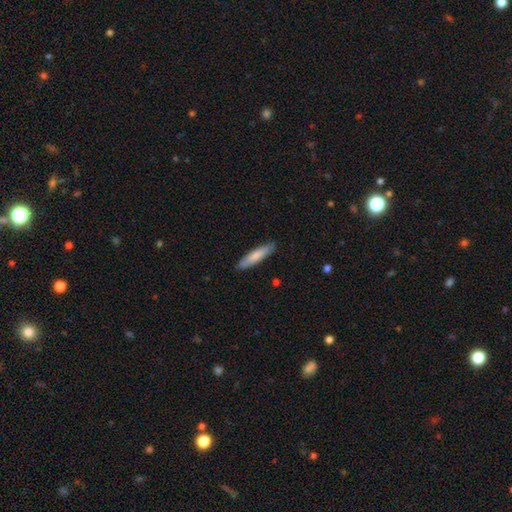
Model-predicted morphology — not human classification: smooth-or-featured: smooth: 80% | featured or disk: 15% | star or artifact: 5%
  how-rounded: cigar-shaped: 82% | in between: 17% | round: 1%
  merging: none: 89% | minor disturbance: 9% | major disturbance: 2% | merger: 1%